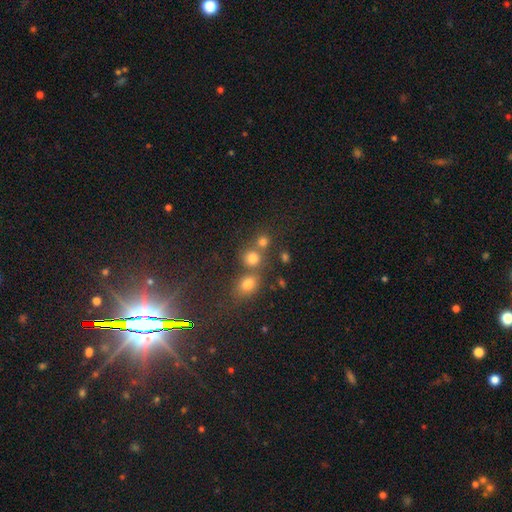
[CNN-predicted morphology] Smooth or featured? Predicted: star or artifact (p=0.55).